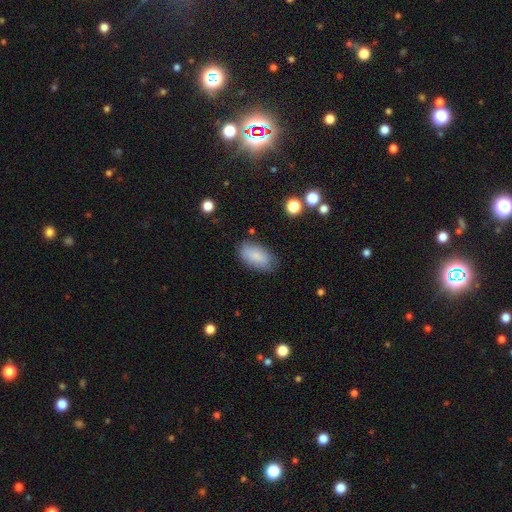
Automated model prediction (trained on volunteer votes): smooth-or-featured: smooth: 84% | featured or disk: 9% | star or artifact: 7%
  how-rounded: in between: 93% | cigar-shaped: 4% | round: 3%
  merging: none: 78% | minor disturbance: 16% | major disturbance: 4% | merger: 2%